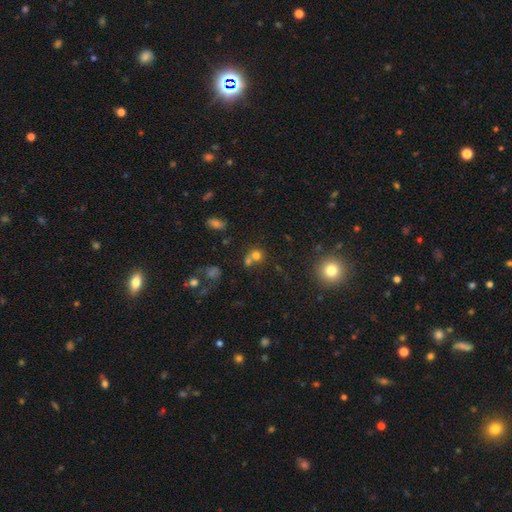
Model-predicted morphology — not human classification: This appears to be a smooth galaxy with no disk features (70%) that is round (80%). Merging: merger (45%).